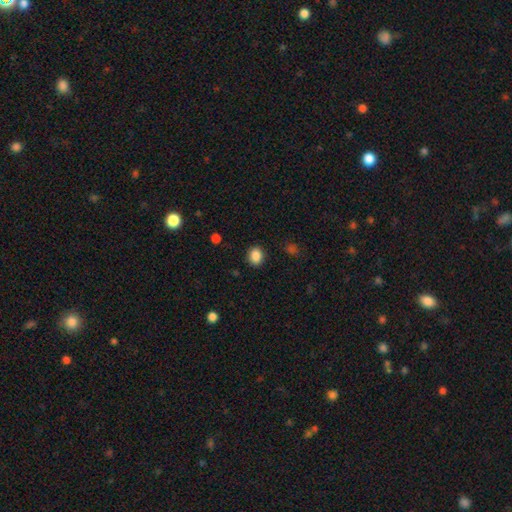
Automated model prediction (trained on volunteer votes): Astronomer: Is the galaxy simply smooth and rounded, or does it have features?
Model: smooth — 87%.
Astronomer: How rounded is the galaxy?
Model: round — 59% (runner-up: in between, 40%).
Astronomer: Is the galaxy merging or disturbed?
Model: none — 89%.